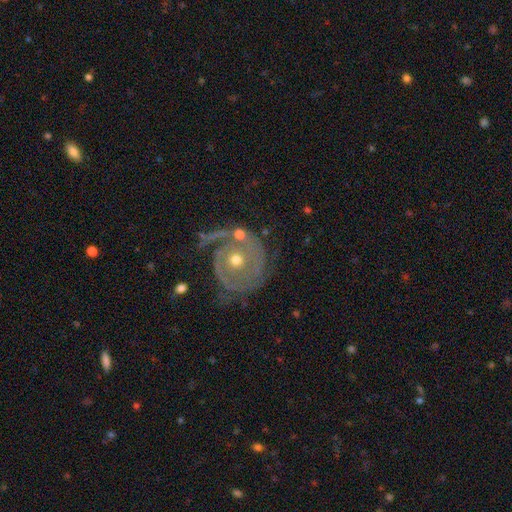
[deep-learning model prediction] Smooth or featured?
  - featured or disk: 77% *
  - smooth: 11%
  - star or artifact: 11%
Edge-on disk?
  - no: 97% *
  - yes: 3%
Bar?
  - no: 70% *
  - weak: 22%
  - strong: 8%
Spiral arms?
  - yes: 82% *
  - no: 18%
Spiral winding?
  - tight: 62% *
  - medium: 28%
  - loose: 10%
Spiral arm count?
  - 2: 38% *
  - can't tell: 23%
  - 1: 23%
  - 3: 8%
  - 4: 4%
  - more than 4: 4%
Bulge size?
  - moderate: 53% *
  - small: 42%
  - large: 3%
  - none: 1%
  - dominant: 1%
Merging?
  - none: 61% *
  - minor disturbance: 17%
  - major disturbance: 14%
  - merger: 8%